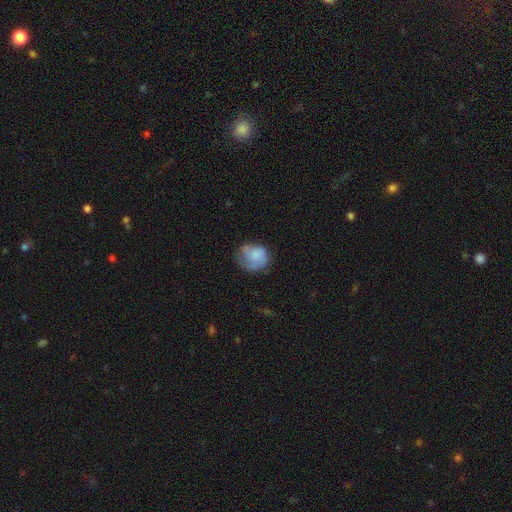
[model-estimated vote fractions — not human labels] Smooth or featured? smooth (57%)
How rounded? round (70%)
Merging? none (49%)